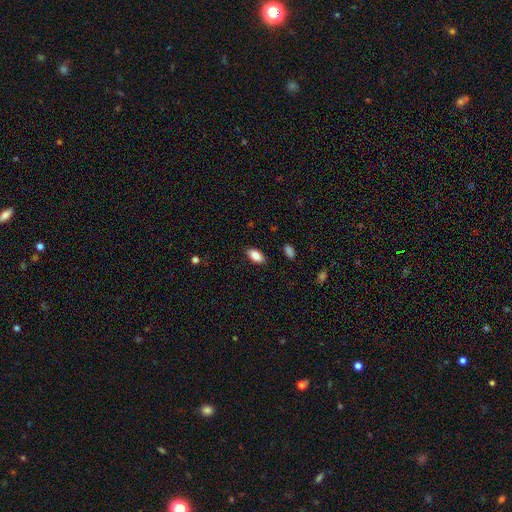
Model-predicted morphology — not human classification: smooth 86%, star or artifact 7%, featured or disk 7%. Down the decision tree: how rounded — in between (91%); merging — none (87%).